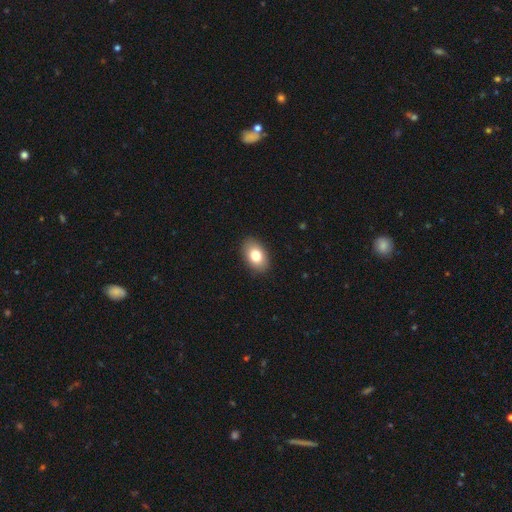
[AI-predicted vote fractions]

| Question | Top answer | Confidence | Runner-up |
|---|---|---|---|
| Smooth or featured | smooth | 80% | featured or disk (12%) |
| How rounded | in between | 88% | round (11%) |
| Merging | none | 89% | minor disturbance (8%) |